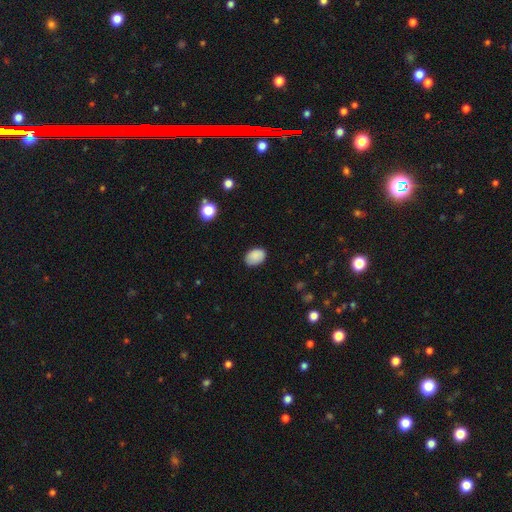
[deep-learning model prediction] Morphology: type=smooth (88%); roundness=in between (81%); merging=none (82%).